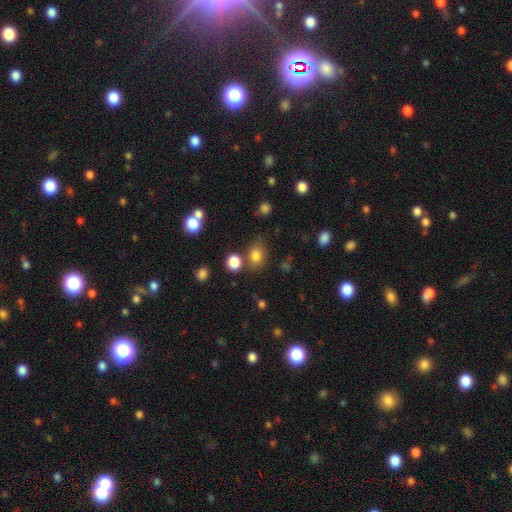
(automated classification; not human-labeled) The model was most divided on "how rounded": round: 50%, in between: 49%, cigar-shaped: 1%. More confident: smooth or featured — smooth (80%); merging — none (71%).